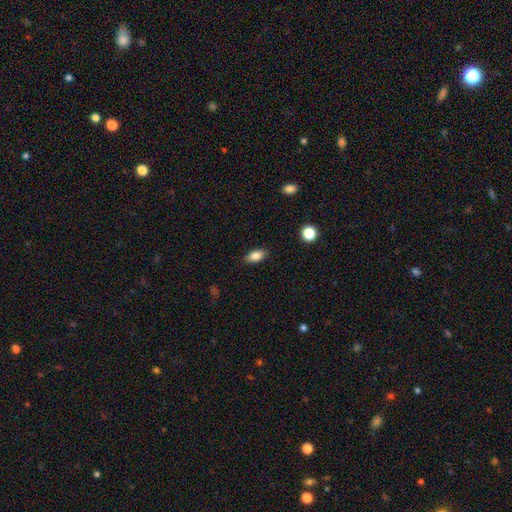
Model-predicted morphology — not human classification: smooth 84%, star or artifact 9%, featured or disk 8%. Down the decision tree: how rounded — in between (88%); merging — none (88%).